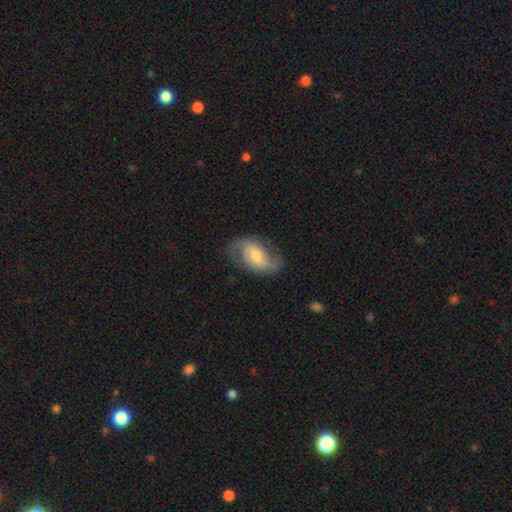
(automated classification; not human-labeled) The model was most divided on "bar": no: 48%, weak: 41%, strong: 11%. Remaining: edge-on disk — no (96%); spiral arms — yes (91%); spiral arm count — 2 (85%); merging — none (73%); smooth or featured — featured or disk (73%); bulge size — moderate (64%); spiral winding — medium (44%).